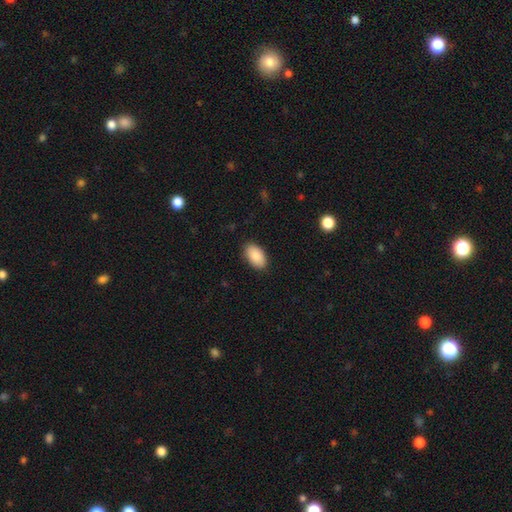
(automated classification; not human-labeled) Smooth or featured? smooth (89%)
How rounded? in between (95%)
Merging? none (88%)